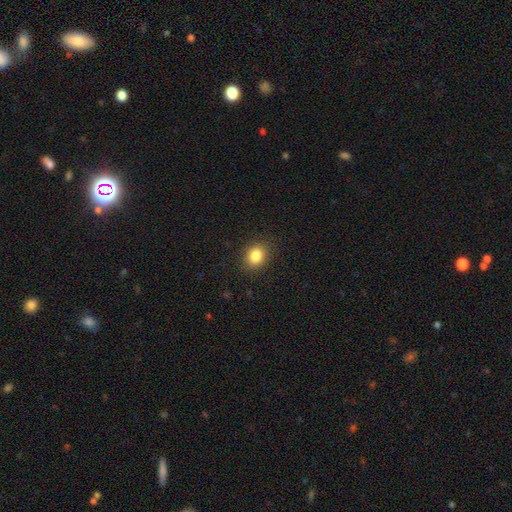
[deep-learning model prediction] Smooth or featured?
  - smooth: 85% *
  - star or artifact: 10%
  - featured or disk: 5%
How rounded?
  - in between: 50% *
  - round: 49%
  - cigar-shaped: 1%
Merging?
  - none: 88% *
  - minor disturbance: 9%
  - major disturbance: 3%
  - merger: 1%